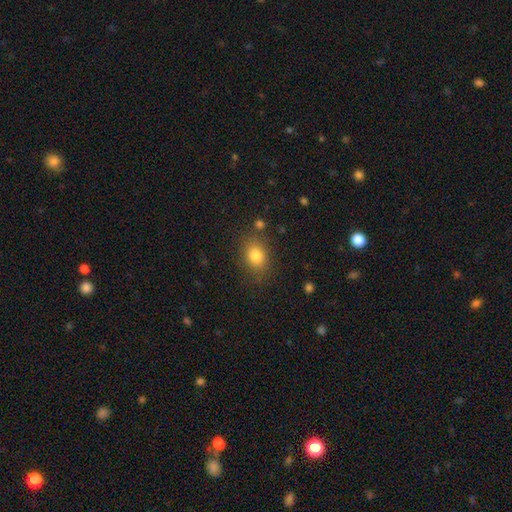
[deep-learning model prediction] A smooth galaxy with no disk features (82%) that is in between round and cigar-shaped (61%).

Vote fractions:
- Smooth or featured? smooth: 82% / star or artifact: 10% / featured or disk: 8%
- How rounded? in between: 61% / round: 38% / cigar-shaped: 1%
- Merging? none: 80% / minor disturbance: 13% / major disturbance: 4% / merger: 3%